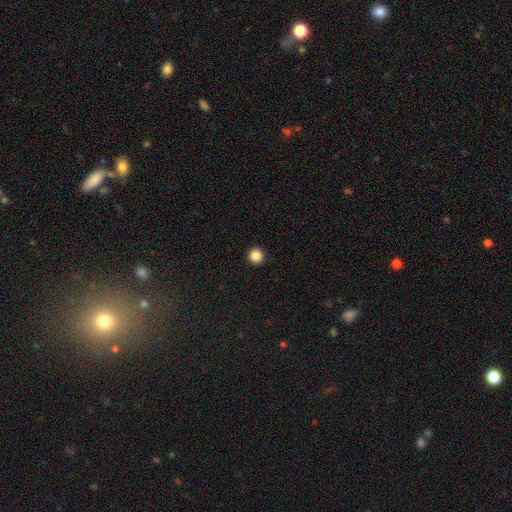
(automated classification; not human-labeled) Q: Smooth or featured?
A: smooth (87%); runner-up: star or artifact (10%)
Q: How rounded?
A: round (96%); runner-up: in between (4%)
Q: Merging?
A: none (94%); runner-up: minor disturbance (4%)